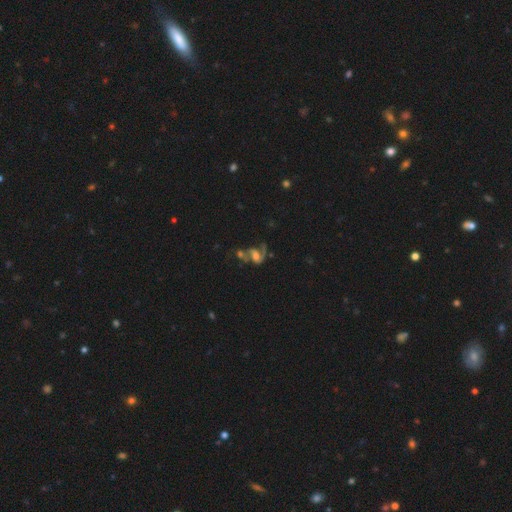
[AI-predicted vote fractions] A featured or disk galaxy (70%) with no bar (45%), 2 (63%) loose (46%) spiral arms (85%) and a moderate central bulge (48%). Merging: merger (43%).